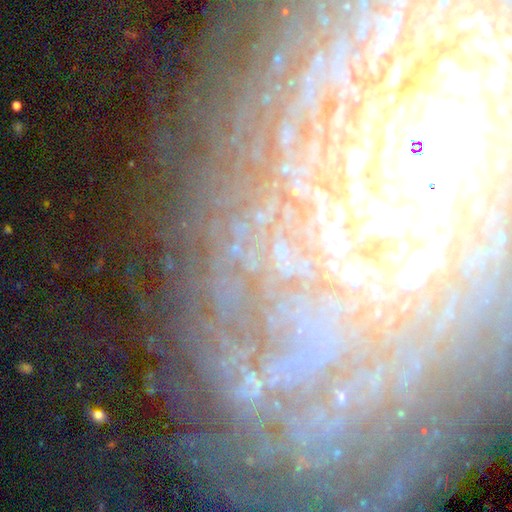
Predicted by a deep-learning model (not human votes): This is likely a featured or disk galaxy (62%). It is clearly not viewed edge-on (86%). Bar: likely no (70%). Spiral arm pattern: clearly yes (86%). Central bulge: marginally moderate (36%). Merging: clearly none (80%).